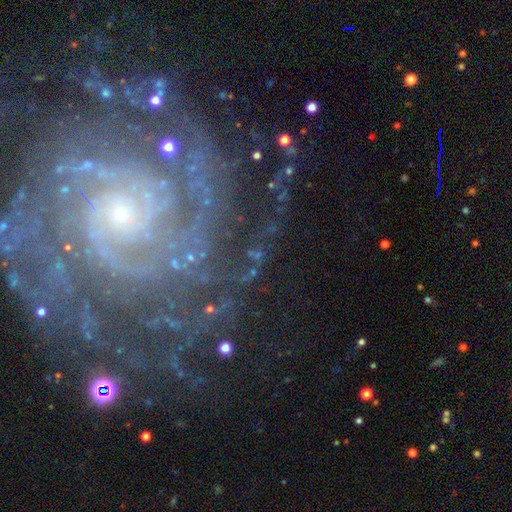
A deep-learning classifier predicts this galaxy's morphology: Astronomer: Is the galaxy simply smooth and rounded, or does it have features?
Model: featured or disk — 72%.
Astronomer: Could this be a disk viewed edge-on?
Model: no — 95%.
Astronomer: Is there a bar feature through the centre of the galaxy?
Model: no — 55%.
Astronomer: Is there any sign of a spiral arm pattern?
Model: yes — 92%.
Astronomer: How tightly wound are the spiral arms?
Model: tight — 67%.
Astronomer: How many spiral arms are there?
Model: can't tell — 28% (runner-up: 2, 20%).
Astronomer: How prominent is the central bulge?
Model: small — 61%.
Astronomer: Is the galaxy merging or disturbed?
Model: none — 66%.